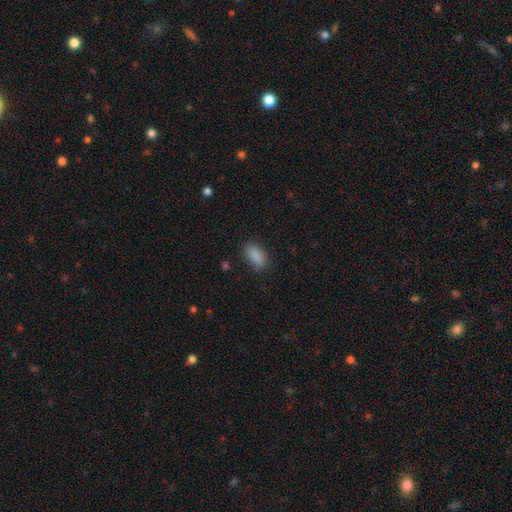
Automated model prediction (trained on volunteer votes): Overall: smooth (88%). How rounded: in between (84%). Merging: none (84%).